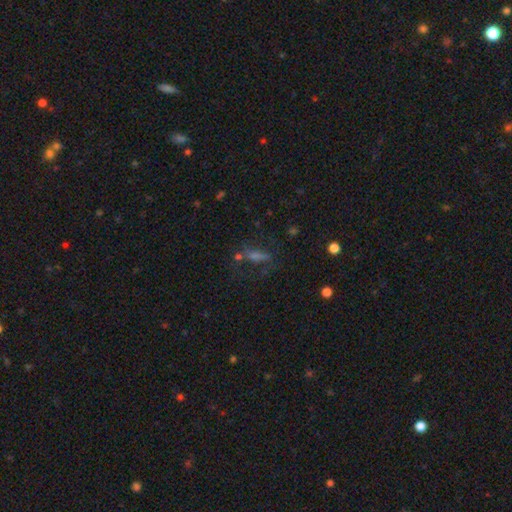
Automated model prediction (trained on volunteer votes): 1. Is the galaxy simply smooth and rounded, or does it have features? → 39% smooth, 34% star or artifact, 27% featured or disk.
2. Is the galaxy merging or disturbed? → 59% none, 17% minor disturbance, 15% major disturbance, 9% merger.